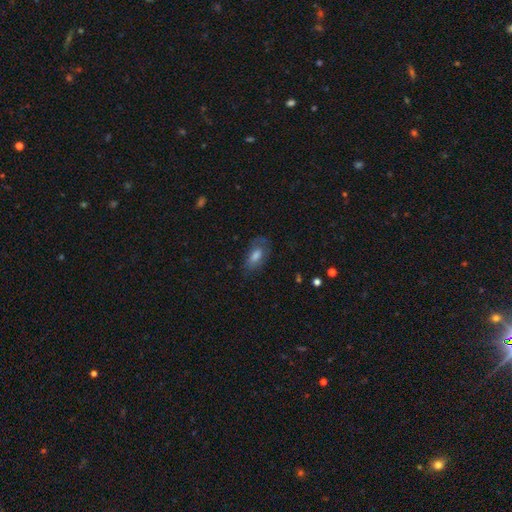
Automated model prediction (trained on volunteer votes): The model was most divided on "smooth or featured": smooth: 59%, featured or disk: 30%, star or artifact: 11%. More confident: how rounded — in between (86%); merging — none (69%).